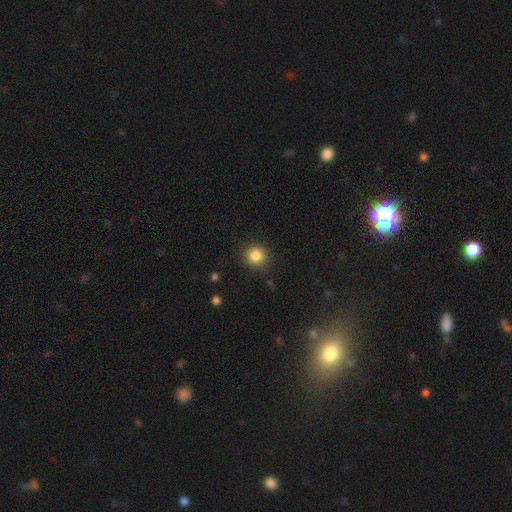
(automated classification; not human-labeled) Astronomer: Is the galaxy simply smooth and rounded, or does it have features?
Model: smooth — 85%.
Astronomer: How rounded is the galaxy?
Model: round — 93%.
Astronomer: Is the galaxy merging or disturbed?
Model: none — 90%.